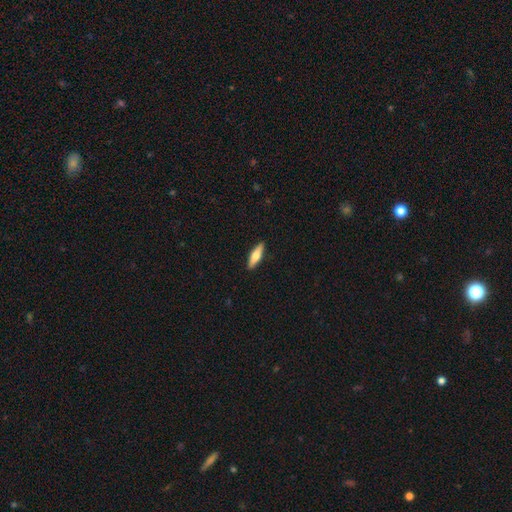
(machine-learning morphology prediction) Smooth or featured?
  - smooth: 57% *
  - featured or disk: 38%
  - star or artifact: 5%
How rounded?
  - cigar-shaped: 63% *
  - in between: 35%
  - round: 2%
Merging?
  - none: 91% *
  - minor disturbance: 6%
  - major disturbance: 1%
  - merger: 1%